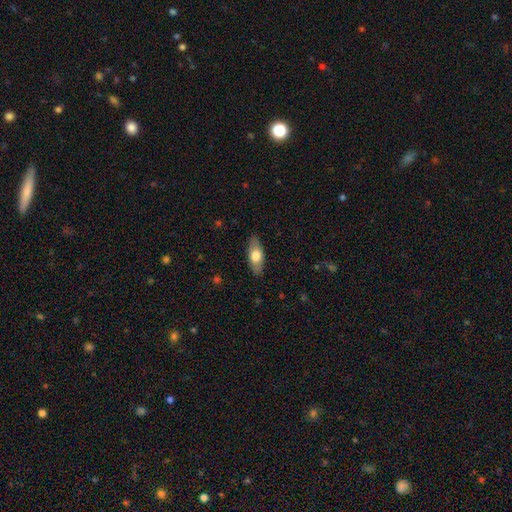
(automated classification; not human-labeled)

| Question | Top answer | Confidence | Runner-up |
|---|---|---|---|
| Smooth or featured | smooth | 67% | featured or disk (28%) |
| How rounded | in between | 81% | cigar-shaped (16%) |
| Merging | none | 87% | minor disturbance (10%) |